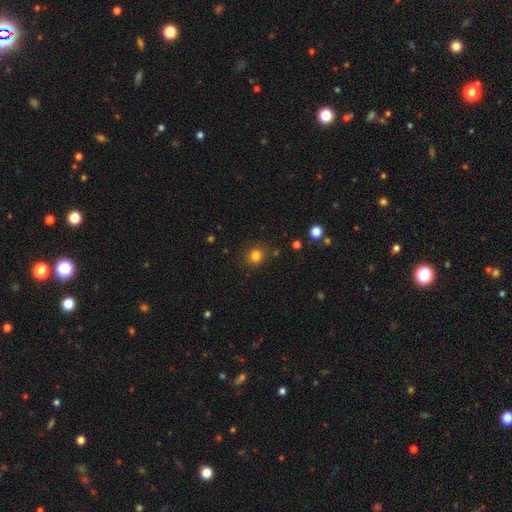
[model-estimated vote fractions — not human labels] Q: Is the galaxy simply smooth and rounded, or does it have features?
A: smooth — 82%.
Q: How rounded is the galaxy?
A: round — 85%.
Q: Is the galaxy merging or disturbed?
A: none — 85%.